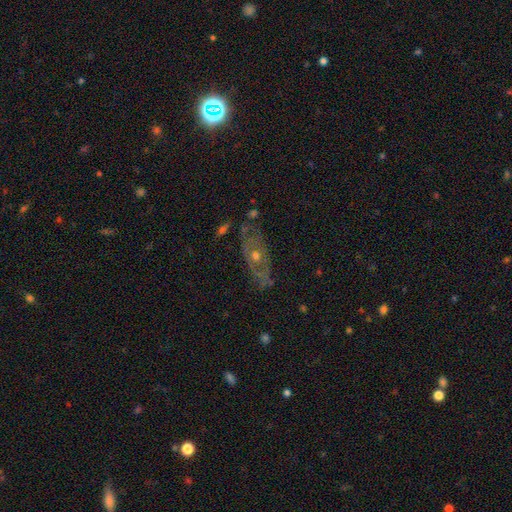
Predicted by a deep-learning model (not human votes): Morphology: type=featured or disk (70%); edge-on=no (81%); bar=no (87%); spiral arms=no (57%); bulge=moderate (62%); merging=none (64%).